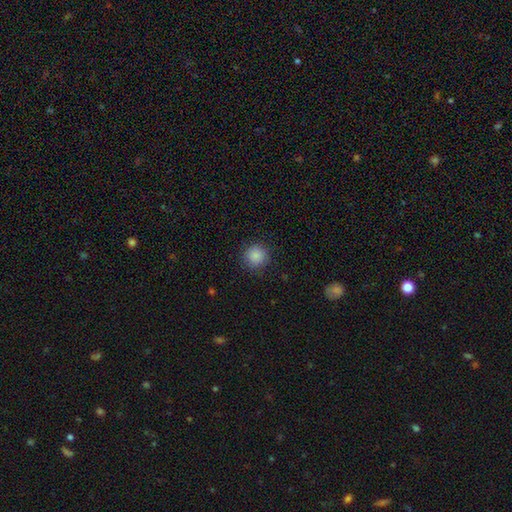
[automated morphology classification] Smooth or featured? Predicted: smooth (p=0.88). How rounded? Predicted: round (p=0.94). Merging? Predicted: none (p=0.89).